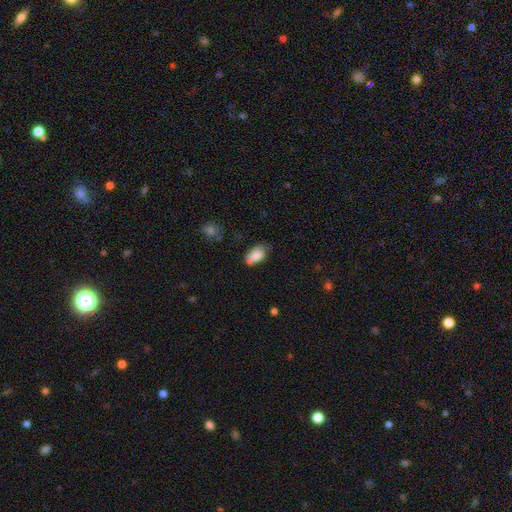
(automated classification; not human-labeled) smooth 79%, featured or disk 13%, star or artifact 8%. Down the decision tree: how rounded — in between (91%); merging — none (50%).